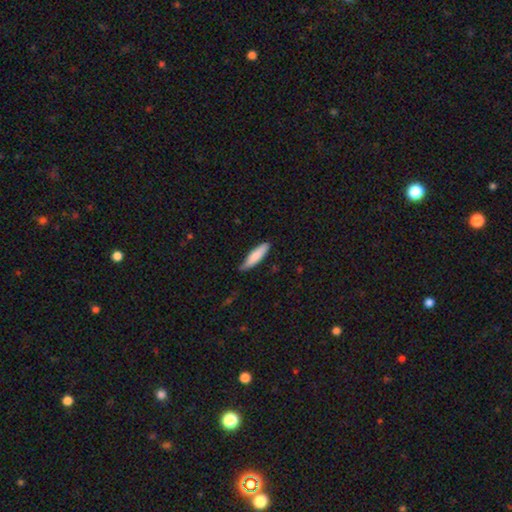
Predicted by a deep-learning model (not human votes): smooth 81%, featured or disk 14%, star or artifact 5%. Down the decision tree: how rounded — cigar-shaped (72%); merging — none (74%).